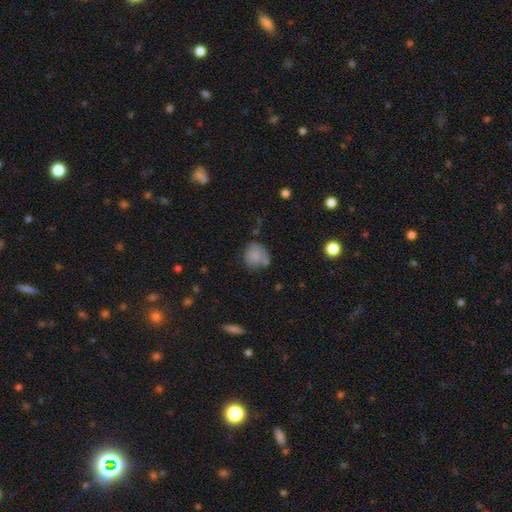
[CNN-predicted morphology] Q: Smooth or featured?
A: smooth (76%); runner-up: featured or disk (16%)
Q: How rounded?
A: round (81%); runner-up: in between (18%)
Q: Merging?
A: none (55%); runner-up: minor disturbance (25%)